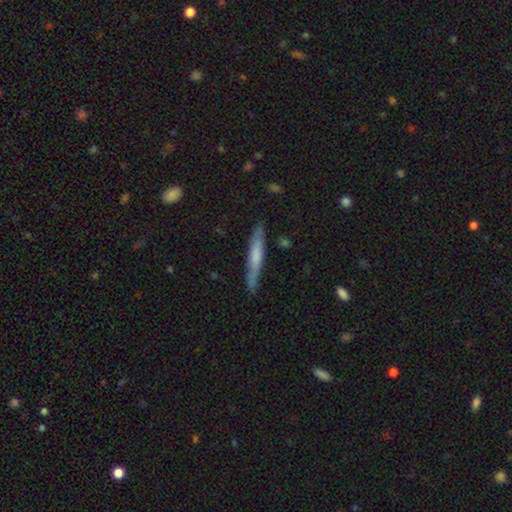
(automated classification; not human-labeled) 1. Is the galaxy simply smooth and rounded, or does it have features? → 51% smooth, 44% featured or disk, 6% star or artifact.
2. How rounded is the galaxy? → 93% cigar-shaped, 5% in between, 1% round.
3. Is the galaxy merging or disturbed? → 82% none, 14% minor disturbance, 3% major disturbance, 2% merger.